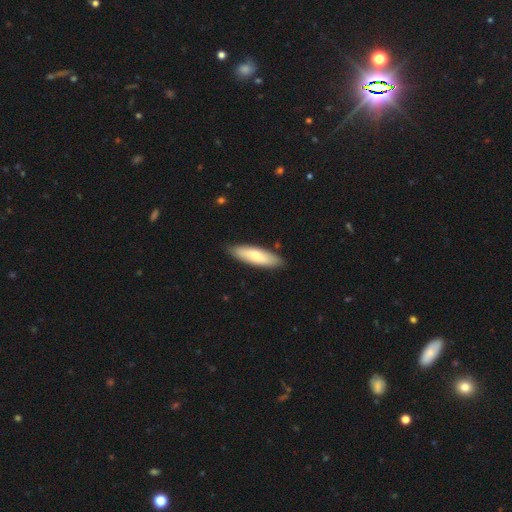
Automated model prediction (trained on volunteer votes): This is likely a smooth galaxy (68%). How rounded: possibly cigar-shaped (52%). Merging: clearly none (86%).